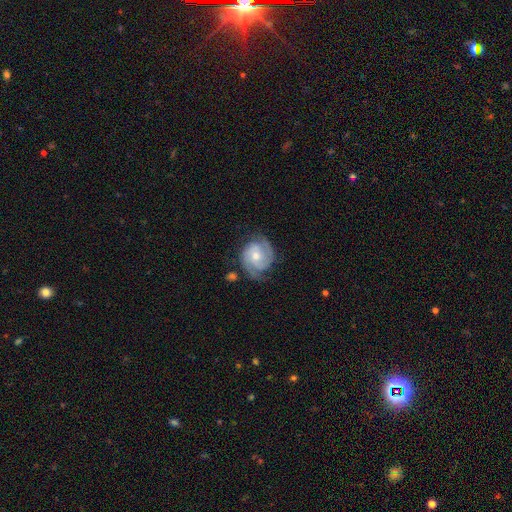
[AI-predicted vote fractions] Morphology: type=featured or disk (82%); edge-on=no (98%); bar=no (63%); spiral arms=yes (96%); winding=tight (50%); arm count=2 (61%); bulge=moderate (53%); merging=none (69%).